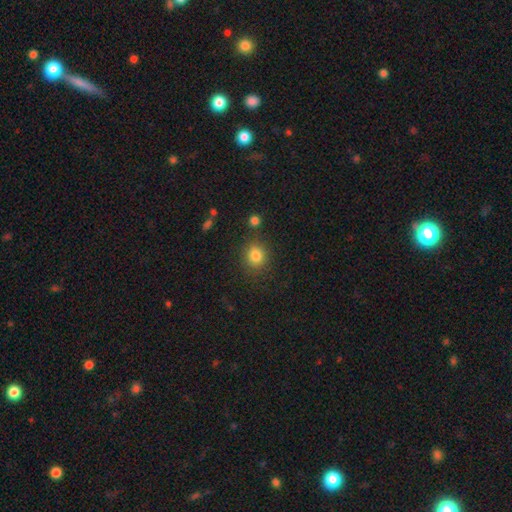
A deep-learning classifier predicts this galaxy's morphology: This is clearly a smooth galaxy (82%). How rounded: likely round (77%). Merging: clearly none (81%).